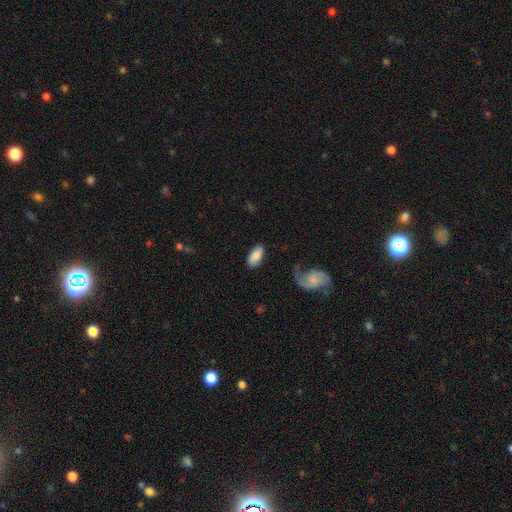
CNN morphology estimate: Smooth or featured: smooth — 79% (featured or disk — 15%)
How rounded: in between — 94% (cigar-shaped — 4%)
Merging: none — 75% (minor disturbance — 15%)